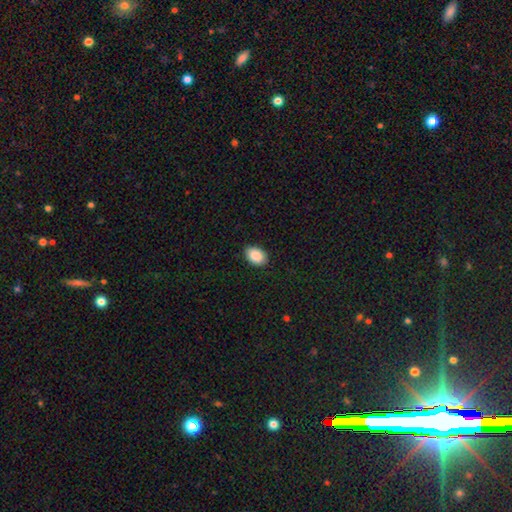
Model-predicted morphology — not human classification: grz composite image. It shows a smooth galaxy with no disk features (89%) that is in between round and cigar-shaped (83%). Merging: none (88%).